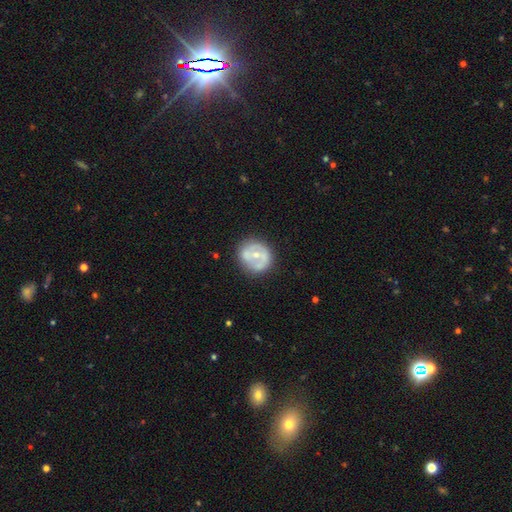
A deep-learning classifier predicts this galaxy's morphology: The model was most divided on "bulge size": moderate: 48%, small: 46%, none: 3%, large: 2%, dominant: 1%. More confident: edge-on disk — no (97%); merging — none (70%); smooth or featured — featured or disk (60%); spiral arms — no (58%); bar — no (55%).